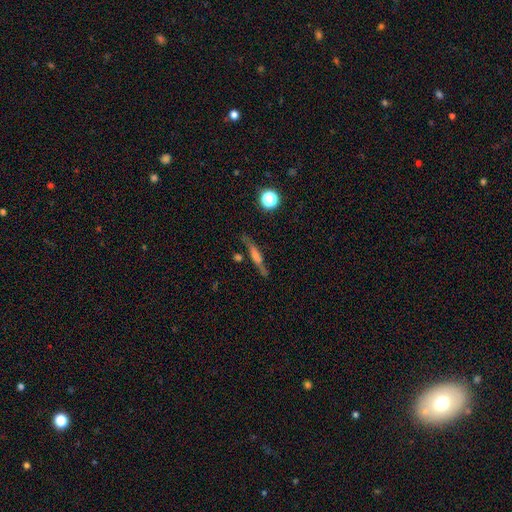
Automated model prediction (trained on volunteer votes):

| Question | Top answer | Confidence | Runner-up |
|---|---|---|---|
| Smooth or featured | featured or disk | 63% | smooth (24%) |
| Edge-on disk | yes | 91% | no (9%) |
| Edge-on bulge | rounded | 60% | none (23%) |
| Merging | none | 80% | minor disturbance (13%) |